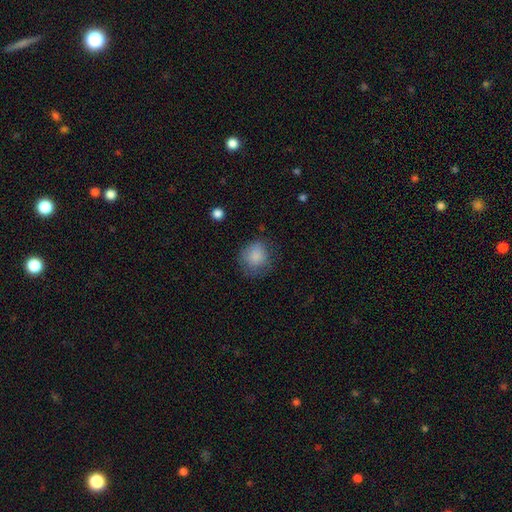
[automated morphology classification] A smooth galaxy with no disk features (84%) that is round (82%).

Vote fractions:
- Smooth or featured? smooth: 84% / star or artifact: 8% / featured or disk: 8%
- How rounded? round: 82% / in between: 17% / cigar-shaped: 1%
- Merging? none: 64% / minor disturbance: 24% / major disturbance: 10% / merger: 2%